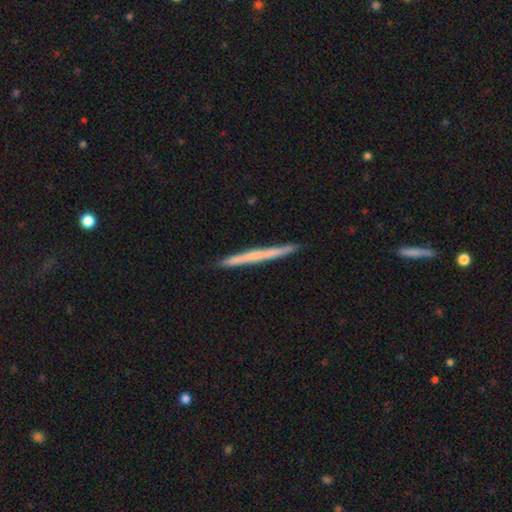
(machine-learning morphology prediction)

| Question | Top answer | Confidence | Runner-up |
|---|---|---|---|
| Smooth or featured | featured or disk | 53% | smooth (41%) |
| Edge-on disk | yes | 97% | no (3%) |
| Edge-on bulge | none | 76% | rounded (19%) |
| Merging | none | 92% | minor disturbance (6%) |